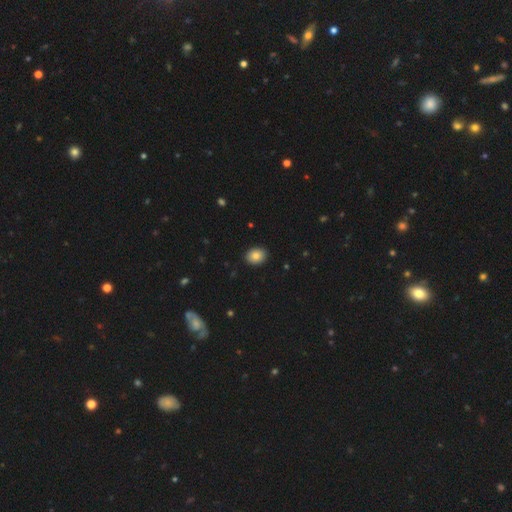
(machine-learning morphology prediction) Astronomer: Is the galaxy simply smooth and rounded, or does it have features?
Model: smooth — 83%.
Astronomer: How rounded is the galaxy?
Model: in between — 56% (runner-up: round, 43%).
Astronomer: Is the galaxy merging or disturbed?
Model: none — 91%.